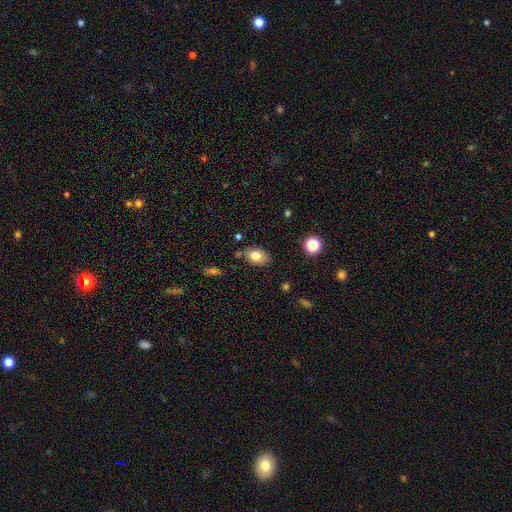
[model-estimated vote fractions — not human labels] A smooth galaxy with no disk features (79%) that is in between round and cigar-shaped (79%).

Vote fractions:
- Smooth or featured? smooth: 79% / featured or disk: 12% / star or artifact: 9%
- How rounded? in between: 79% / round: 20% / cigar-shaped: 1%
- Merging? none: 78% / minor disturbance: 15% / merger: 4% / major disturbance: 3%